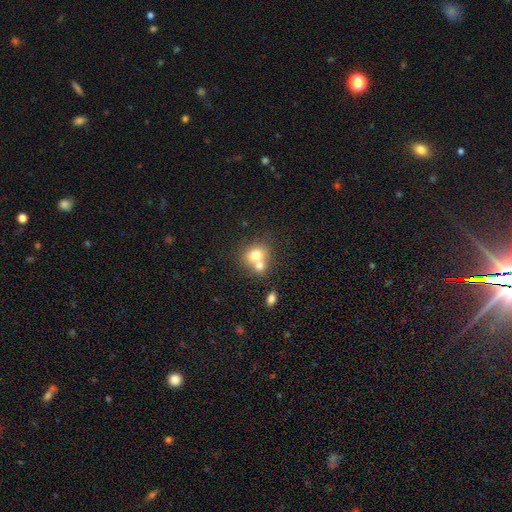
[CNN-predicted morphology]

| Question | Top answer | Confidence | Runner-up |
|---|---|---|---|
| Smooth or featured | smooth | 73% | featured or disk (17%) |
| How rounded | round | 68% | in between (32%) |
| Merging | merger | 57% | none (33%) |